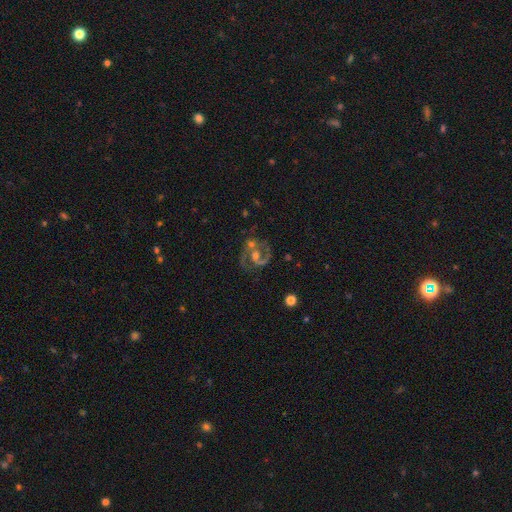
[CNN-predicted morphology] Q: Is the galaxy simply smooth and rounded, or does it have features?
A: featured or disk — 84%.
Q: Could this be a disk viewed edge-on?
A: no — 98%.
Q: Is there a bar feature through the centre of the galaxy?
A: no — 51%.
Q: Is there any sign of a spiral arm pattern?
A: yes — 92%.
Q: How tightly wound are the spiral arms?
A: medium — 57%.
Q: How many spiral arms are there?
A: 2 — 74%.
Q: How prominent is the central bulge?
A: moderate — 58%.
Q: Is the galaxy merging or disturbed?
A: none — 48%.